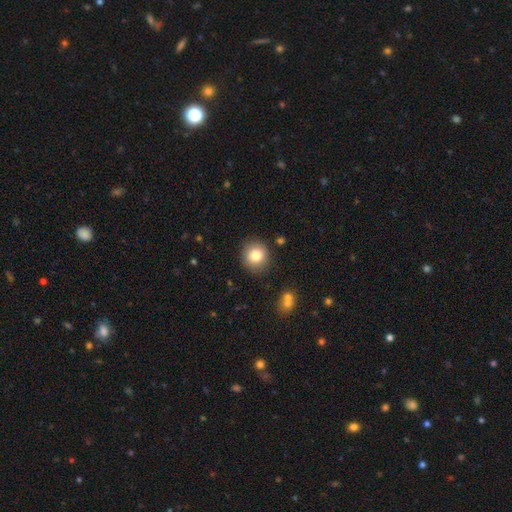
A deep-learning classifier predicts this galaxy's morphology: Overall: smooth (80%). How rounded: round (90%). Merging: none (87%).